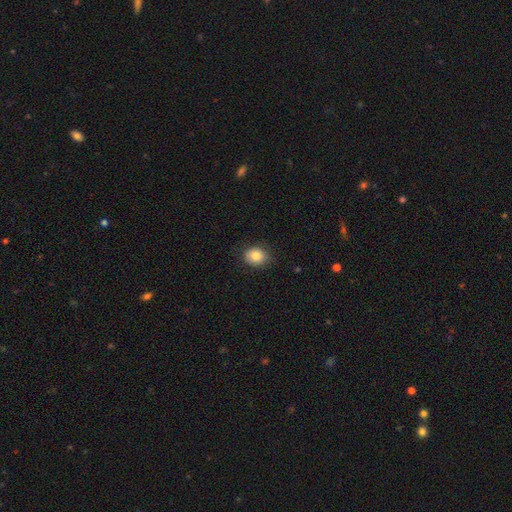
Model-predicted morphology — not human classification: Overall: smooth (84%). How rounded: round (57%; in between 42%). Merging: none (83%).